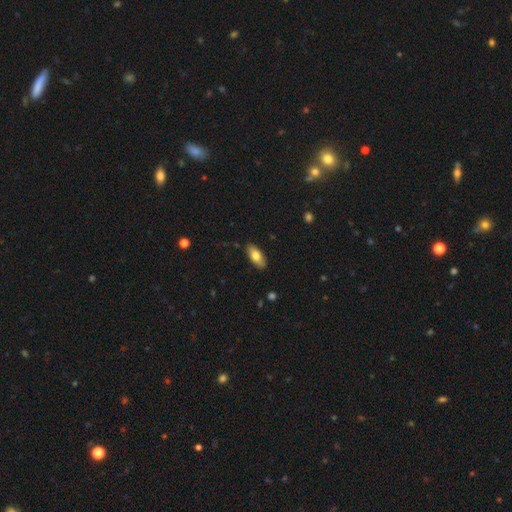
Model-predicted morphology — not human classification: The model was most divided on "smooth or featured": smooth: 75%, featured or disk: 18%, star or artifact: 6%. More confident: merging — none (87%); how rounded — in between (85%).